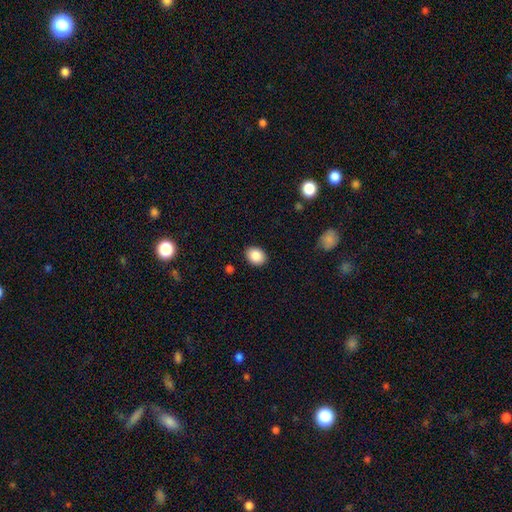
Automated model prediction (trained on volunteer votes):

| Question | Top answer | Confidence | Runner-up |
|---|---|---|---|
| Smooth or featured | smooth | 87% | star or artifact (8%) |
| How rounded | in between | 61% | round (38%) |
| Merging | none | 89% | minor disturbance (8%) |